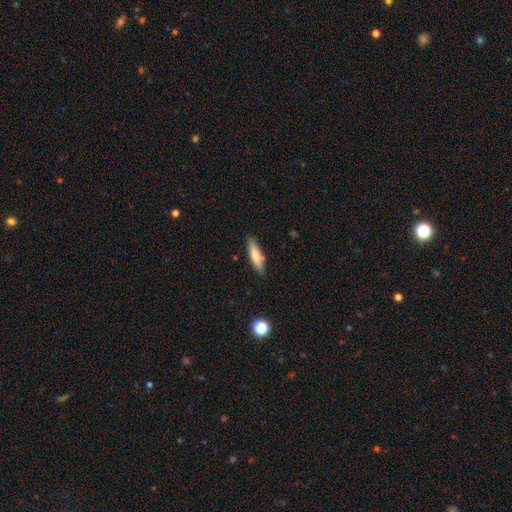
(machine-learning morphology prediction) Smooth or featured? Predicted: smooth (p=0.72). How rounded? Predicted: cigar-shaped (p=0.64). Merging? Predicted: none (p=0.85).